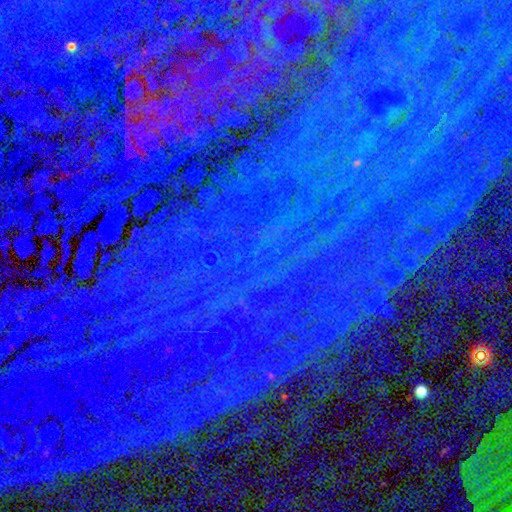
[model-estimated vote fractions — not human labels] Smooth or featured?
  - star or artifact: 87% *
  - featured or disk: 7%
  - smooth: 6%